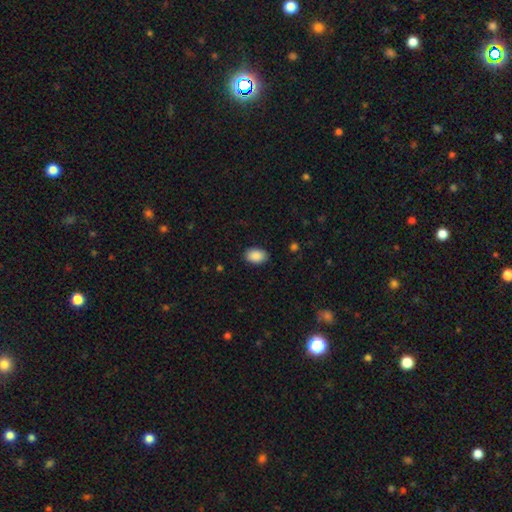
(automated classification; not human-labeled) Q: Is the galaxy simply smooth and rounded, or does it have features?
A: smooth — 90%.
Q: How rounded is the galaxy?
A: in between — 88%.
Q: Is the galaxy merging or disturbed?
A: none — 88%.